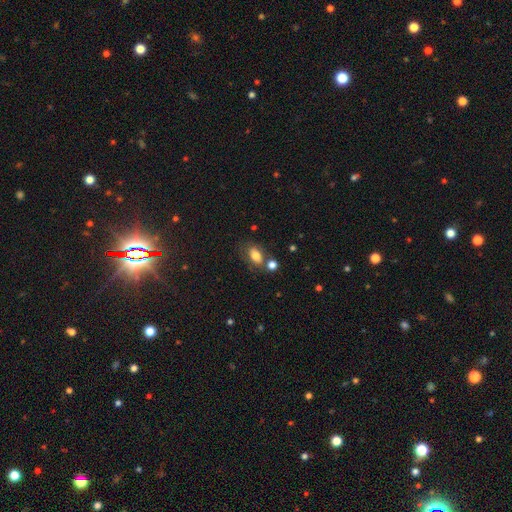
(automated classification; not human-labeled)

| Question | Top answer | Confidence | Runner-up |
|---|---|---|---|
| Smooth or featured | smooth | 79% | featured or disk (12%) |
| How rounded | in between | 88% | round (10%) |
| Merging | none | 59% | merger (17%) |